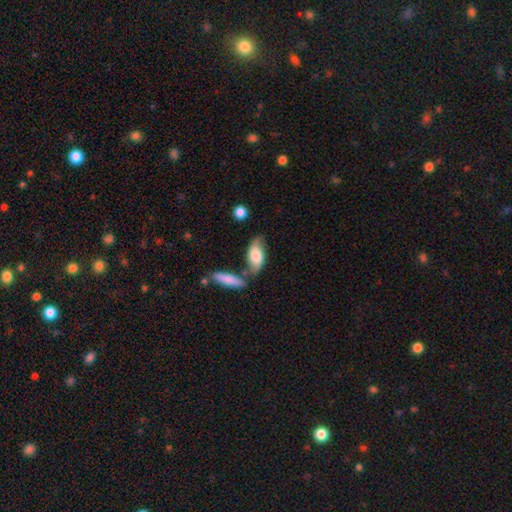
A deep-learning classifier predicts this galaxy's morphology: Smooth or featured?
  - smooth: 61% *
  - featured or disk: 33%
  - star or artifact: 6%
How rounded?
  - in between: 83% *
  - cigar-shaped: 14%
  - round: 3%
Merging?
  - none: 54% *
  - minor disturbance: 20%
  - merger: 19%
  - major disturbance: 6%